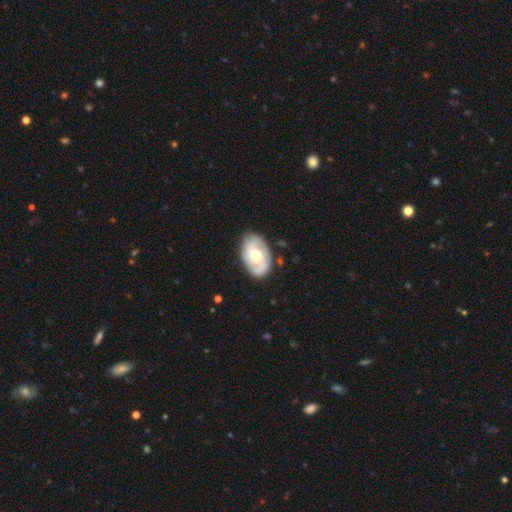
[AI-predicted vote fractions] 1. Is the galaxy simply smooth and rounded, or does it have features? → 78% featured or disk, 17% smooth, 4% star or artifact.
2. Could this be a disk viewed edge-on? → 97% no, 3% yes.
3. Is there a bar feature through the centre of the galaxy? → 60% no, 34% weak, 6% strong.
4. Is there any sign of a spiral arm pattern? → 91% yes, 9% no.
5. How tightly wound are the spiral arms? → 46% tight, 41% medium, 13% loose.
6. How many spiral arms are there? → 64% 2, 16% can't tell, 12% 3, 3% 1, 2% 4, 2% more than 4.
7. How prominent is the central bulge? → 68% moderate, 21% small, 9% large, 1% none, 1% dominant.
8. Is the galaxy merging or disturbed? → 81% none, 14% minor disturbance, 4% major disturbance, 2% merger.